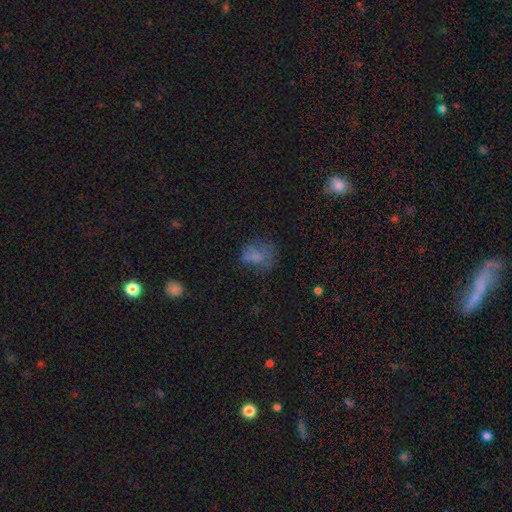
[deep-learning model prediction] Smooth or featured: smooth — 60% (featured or disk — 22%)
How rounded: in between — 54% (round — 44%)
Merging: none — 44% (major disturbance — 27%)